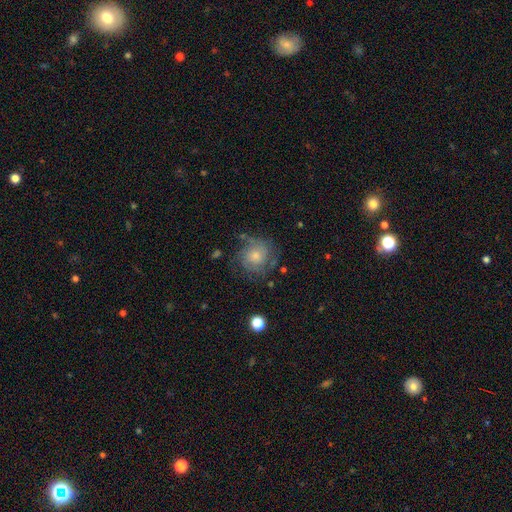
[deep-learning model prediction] smooth-or-featured: featured or disk: 50% | smooth: 41% | star or artifact: 9%
  merging: none: 63% | minor disturbance: 22% | major disturbance: 13% | merger: 3%